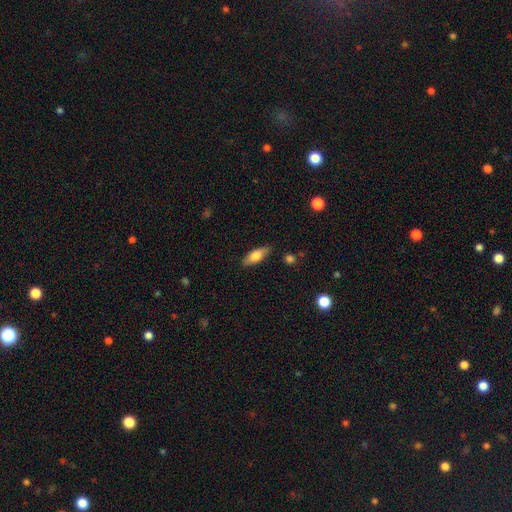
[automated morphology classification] smooth_or_featured: smooth (p=0.70) [alt: featured or disk p=0.24]
how_rounded: in between (p=0.68) [alt: cigar-shaped p=0.29]
merging: none (p=0.85) [alt: minor disturbance p=0.11]